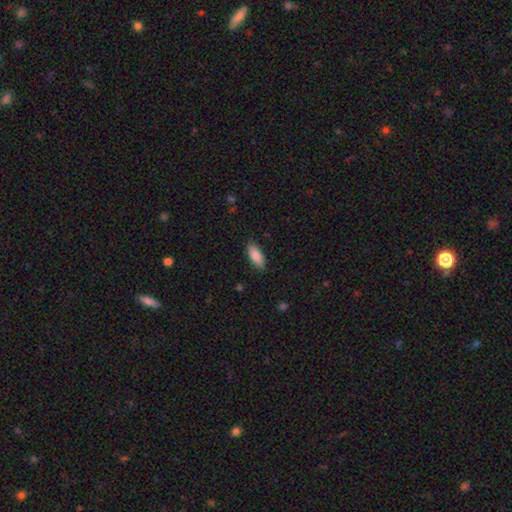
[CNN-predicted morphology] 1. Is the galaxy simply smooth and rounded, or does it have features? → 85% smooth, 9% featured or disk, 6% star or artifact.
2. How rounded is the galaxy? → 77% in between, 22% cigar-shaped, 2% round.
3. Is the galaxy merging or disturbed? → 87% none, 10% minor disturbance, 2% major disturbance, 1% merger.